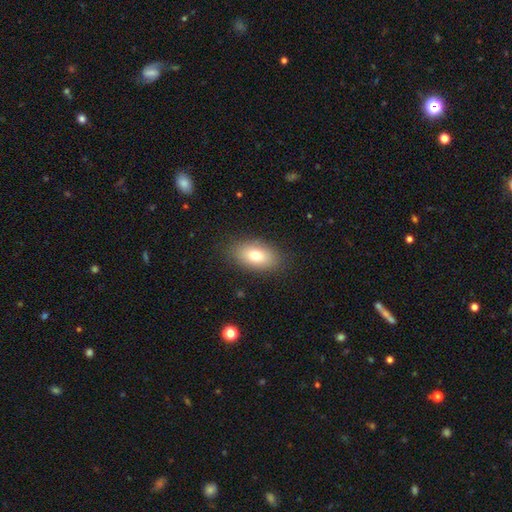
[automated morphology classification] Q: Smooth or featured?
A: smooth (78%); runner-up: featured or disk (14%)
Q: How rounded?
A: in between (90%); runner-up: round (7%)
Q: Merging?
A: none (86%); runner-up: minor disturbance (10%)